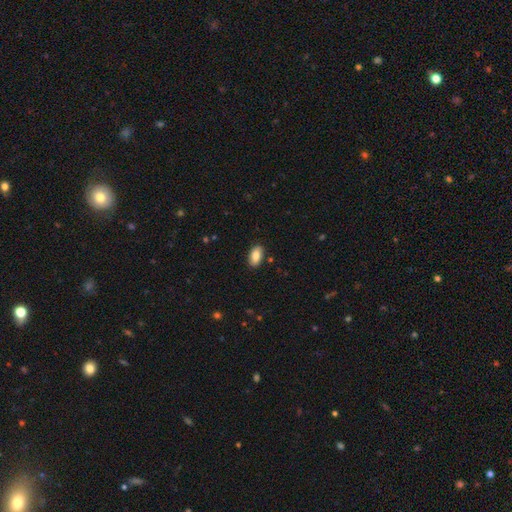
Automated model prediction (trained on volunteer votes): Smooth or featured?
  - smooth: 84% *
  - featured or disk: 9%
  - star or artifact: 7%
How rounded?
  - in between: 93% *
  - cigar-shaped: 4%
  - round: 3%
Merging?
  - none: 86% *
  - minor disturbance: 11%
  - major disturbance: 2%
  - merger: 1%